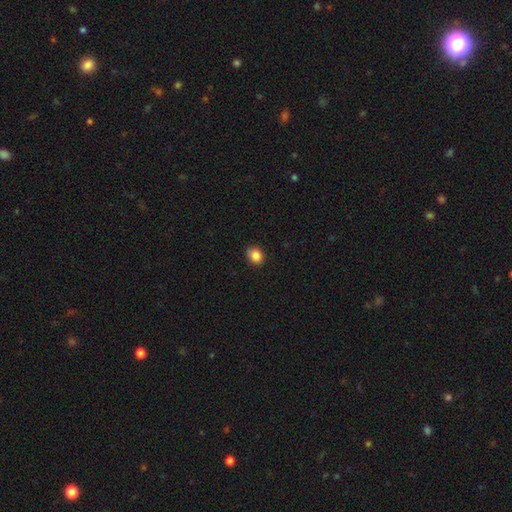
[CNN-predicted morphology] Smooth or featured?
  - smooth: 86% *
  - star or artifact: 10%
  - featured or disk: 4%
How rounded?
  - round: 60% *
  - in between: 39%
  - cigar-shaped: 1%
Merging?
  - none: 84% *
  - minor disturbance: 13%
  - major disturbance: 2%
  - merger: 1%